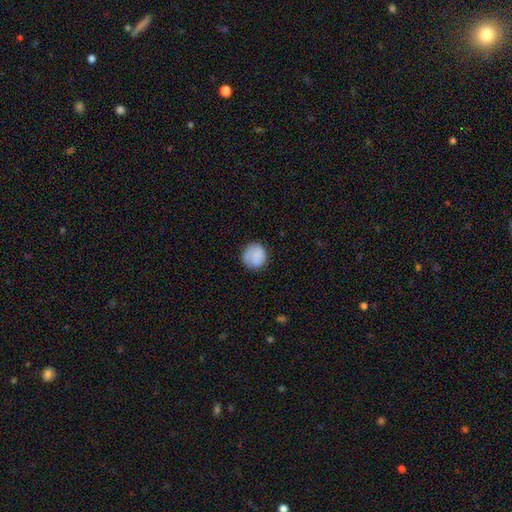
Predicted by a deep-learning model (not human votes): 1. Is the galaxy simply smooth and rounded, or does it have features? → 81% smooth, 12% featured or disk, 7% star or artifact.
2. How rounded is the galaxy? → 89% round, 10% in between, 1% cigar-shaped.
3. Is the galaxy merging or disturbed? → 76% none, 17% minor disturbance, 5% major disturbance, 2% merger.